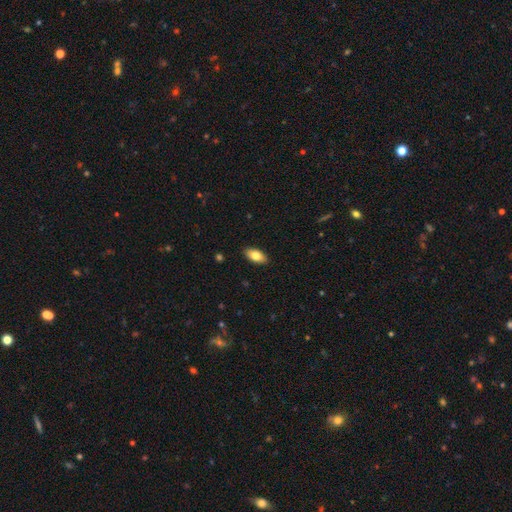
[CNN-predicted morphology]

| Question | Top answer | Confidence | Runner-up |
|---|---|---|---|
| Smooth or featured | smooth | 79% | featured or disk (14%) |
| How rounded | in between | 91% | cigar-shaped (6%) |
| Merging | none | 90% | minor disturbance (8%) |